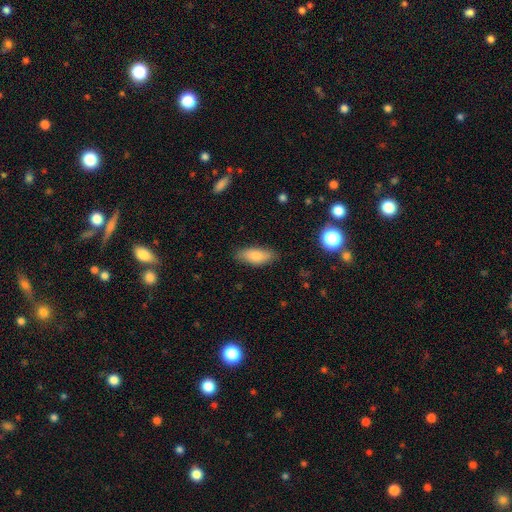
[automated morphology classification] Smooth or featured? smooth (84%)
How rounded? in between (79%)
Merging? none (82%)